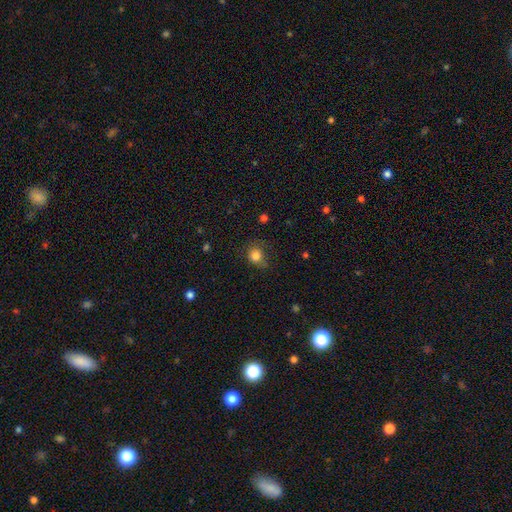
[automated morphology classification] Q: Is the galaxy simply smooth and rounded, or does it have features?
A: smooth — 82%.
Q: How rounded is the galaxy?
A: round — 77%.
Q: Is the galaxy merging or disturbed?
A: none — 68%.